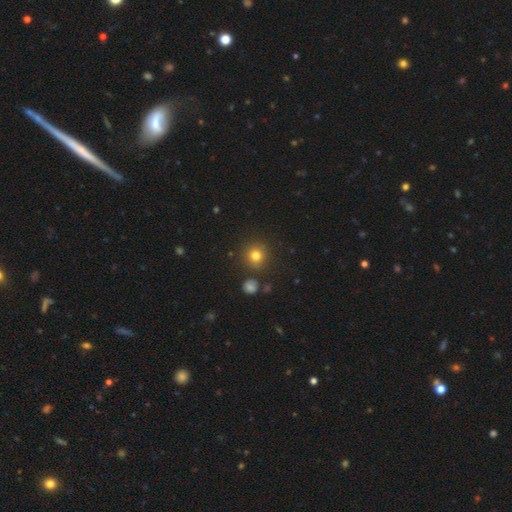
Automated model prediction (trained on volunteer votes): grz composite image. It shows a smooth galaxy with no disk features (79%) that is round (93%). Merging: none (87%).